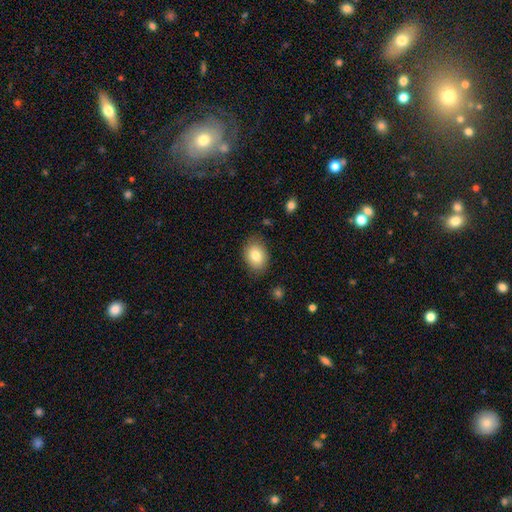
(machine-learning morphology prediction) The model was most divided on "how rounded": in between: 75%, round: 24%, cigar-shaped: 1%. More confident: smooth or featured — smooth (81%); merging — none (81%).